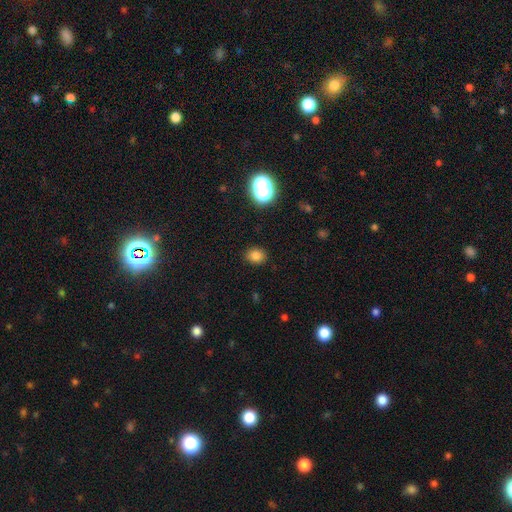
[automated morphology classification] Overall: smooth (81%). How rounded: round (58%; in between 42%). Merging: none (88%).